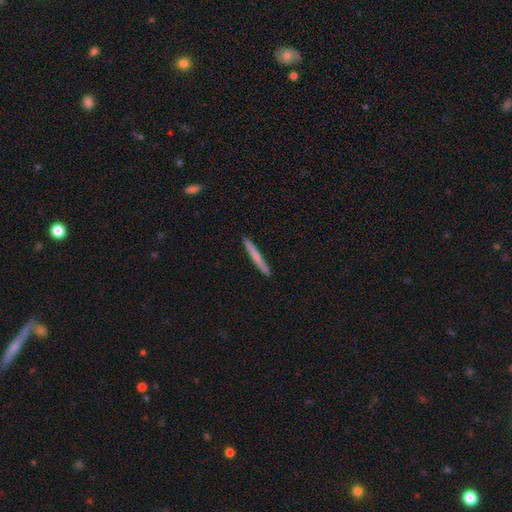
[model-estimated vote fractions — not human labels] The model was most divided on "smooth or featured": smooth: 65%, featured or disk: 29%, star or artifact: 5%. More confident: how rounded — cigar-shaped (97%); merging — none (91%).